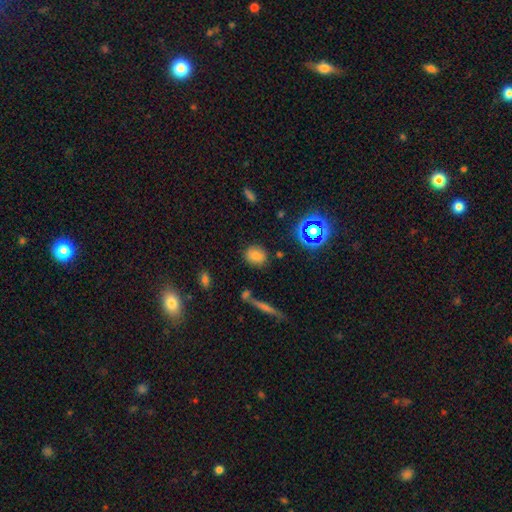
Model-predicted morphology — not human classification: Smooth or featured? Predicted: smooth (p=0.76). How rounded? Predicted: round (p=0.62). Merging? Predicted: none (p=0.83).